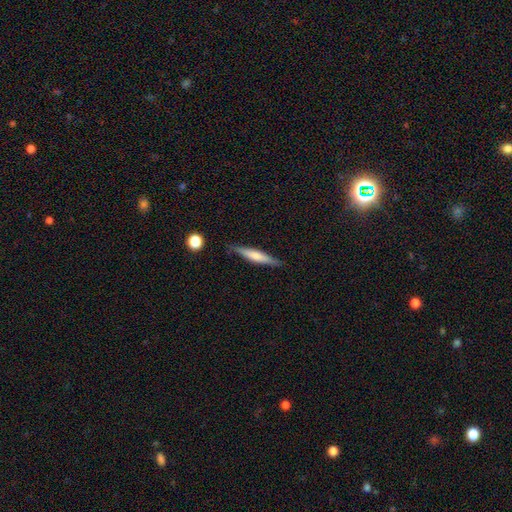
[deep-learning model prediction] This is possibly a smooth galaxy (52%). How rounded: clearly cigar-shaped (90%). Merging: clearly none (86%).